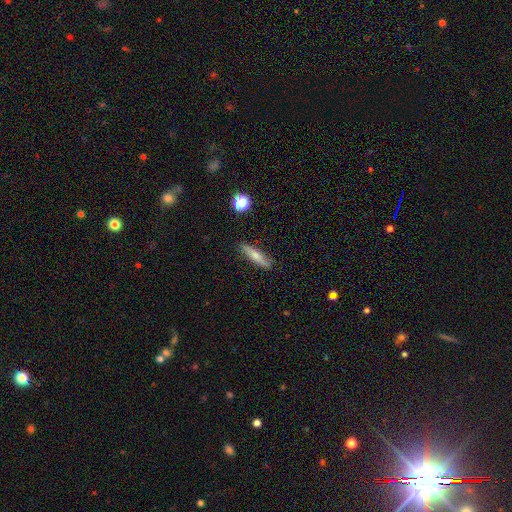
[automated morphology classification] Smooth or featured? Predicted: smooth (p=0.61). How rounded? Predicted: cigar-shaped (p=0.82). Merging? Predicted: none (p=0.84).